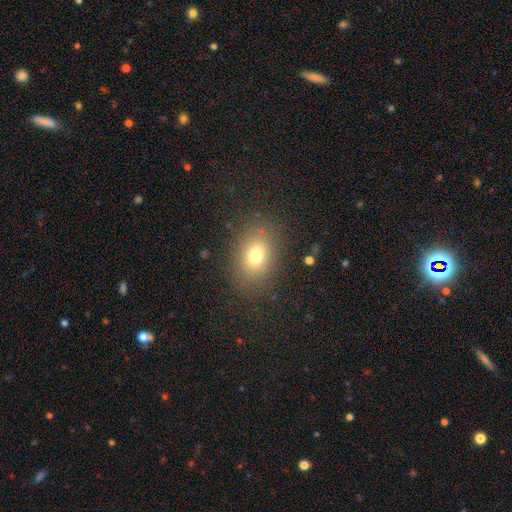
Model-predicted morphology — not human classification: Overall: smooth (74%). How rounded: in between (69%; round 30%). Merging: none (83%).